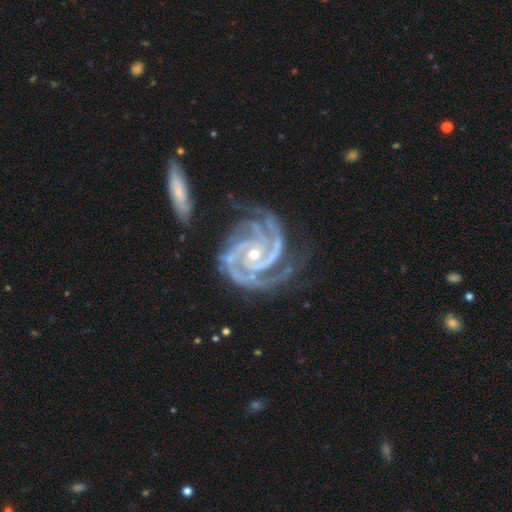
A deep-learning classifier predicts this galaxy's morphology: smooth_or_featured: featured or disk (p=0.94) [alt: star or artifact p=0.04]
disk_edge_on: no (p=0.98) [alt: yes p=0.02]
bar: no (p=0.54) [alt: weak p=0.27]
has_spiral_arms: yes (p=0.99) [alt: no p=0.01]
spiral_winding: tight (p=0.70) [alt: medium p=0.27]
spiral_arm_count: 3 (p=0.49) [alt: 2 p=0.22]
bulge_size: small (p=0.61) [alt: moderate p=0.36]
merging: none (p=0.57) [alt: minor disturbance p=0.24]